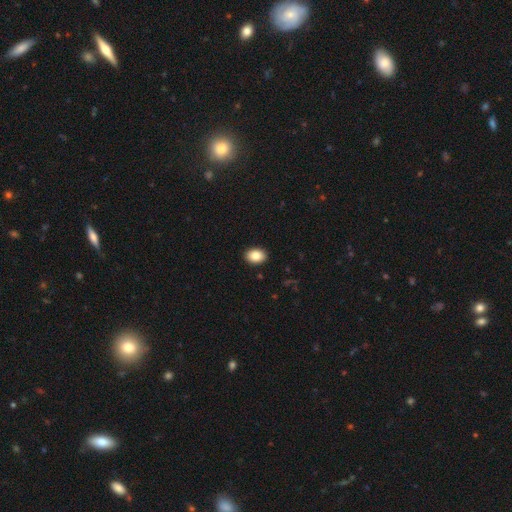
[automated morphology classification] smooth-or-featured: smooth: 85% | star or artifact: 8% | featured or disk: 7%
  how-rounded: in between: 76% | round: 23% | cigar-shaped: 1%
  merging: none: 91% | minor disturbance: 6% | major disturbance: 2% | merger: 1%